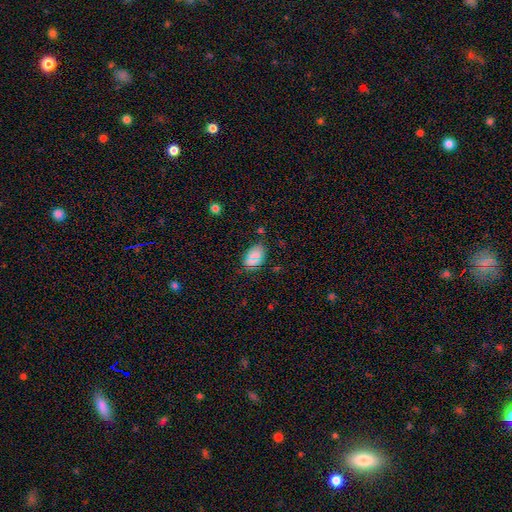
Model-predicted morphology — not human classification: A smooth galaxy with no disk features (72%) that is in between round and cigar-shaped (85%). Merging: none (82%).